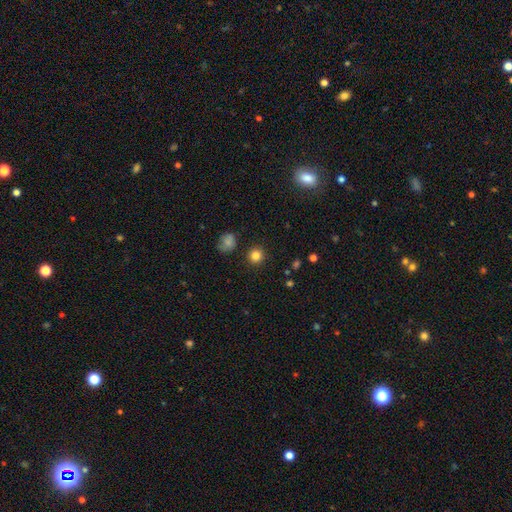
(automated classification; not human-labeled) This appears to be a smooth galaxy with no disk features (83%) that is round (93%). Merging: none (90%).